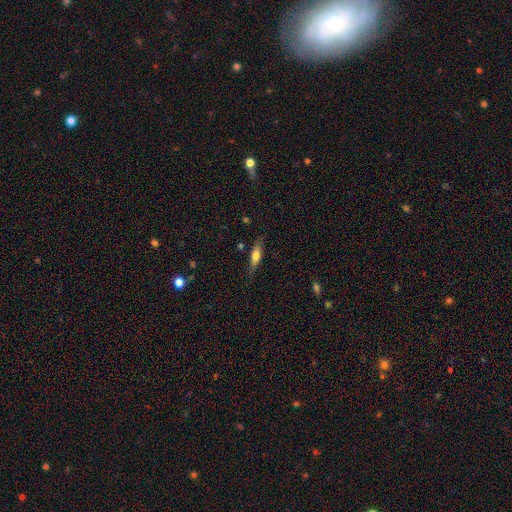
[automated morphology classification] Overall: smooth (56%; featured or disk 37%). How rounded: cigar-shaped (62%; in between 35%). Merging: none (78%).